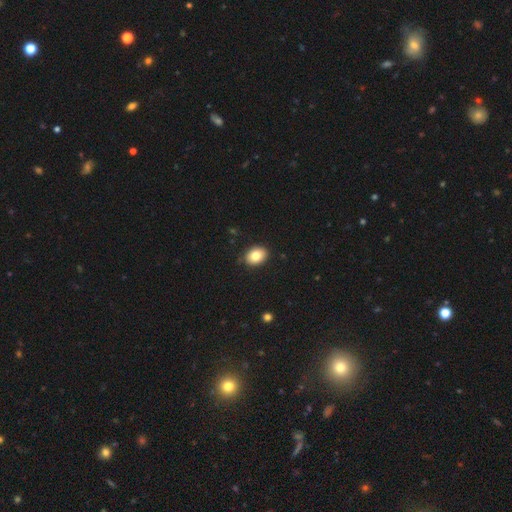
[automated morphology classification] Smooth or featured? Predicted: smooth (p=0.82). How rounded? Predicted: in between (p=0.70). Merging? Predicted: none (p=0.86).